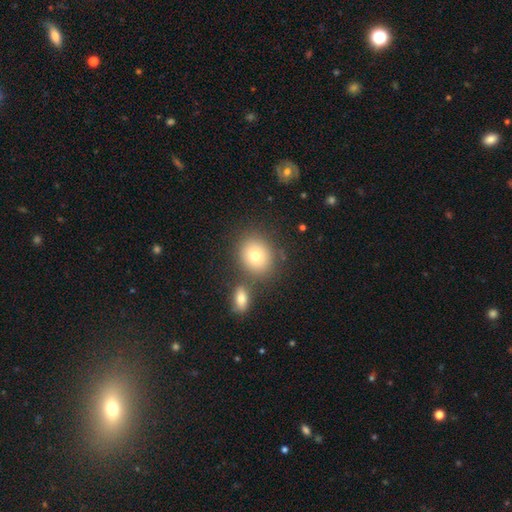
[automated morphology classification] Smooth or featured: smooth — 76% (featured or disk — 13%)
How rounded: round — 72% (in between — 27%)
Merging: none — 71% (merger — 16%)